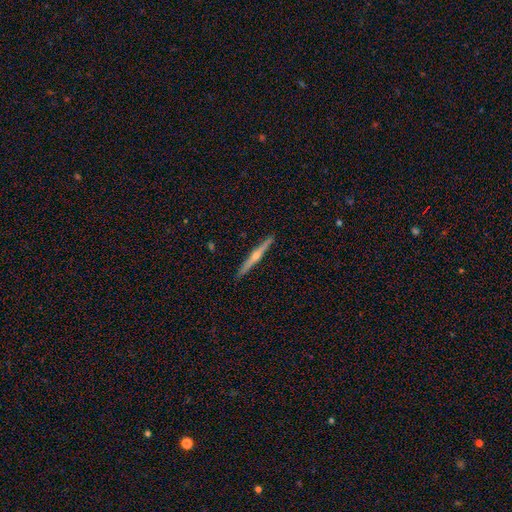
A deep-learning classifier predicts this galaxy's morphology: type=featured or disk (72%); edge-on=yes (98%); edge-on bulge=rounded (82%); merging=none (91%).